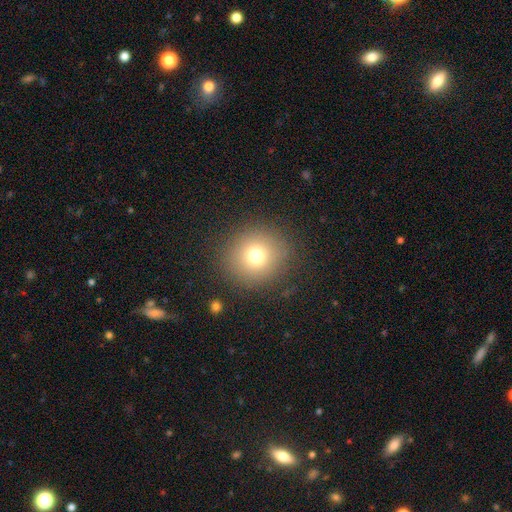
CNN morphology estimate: This appears to be a smooth galaxy with no disk features (74%) that is round (92%). Merging: none (88%).